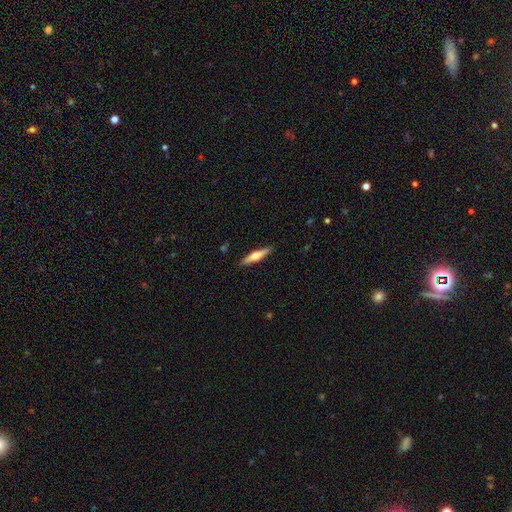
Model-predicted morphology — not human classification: Smooth or featured? featured or disk (55%)
Edge-on disk? yes (96%)
Edge-on bulge? rounded (91%)
Merging? none (90%)